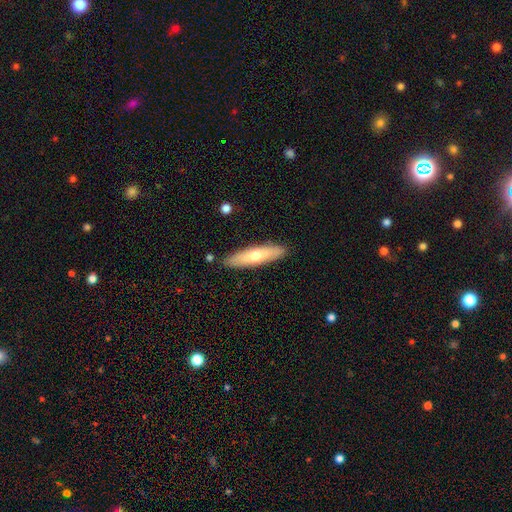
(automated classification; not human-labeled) This is likely a smooth galaxy (61%). How rounded: likely cigar-shaped (77%). Merging: clearly none (88%).